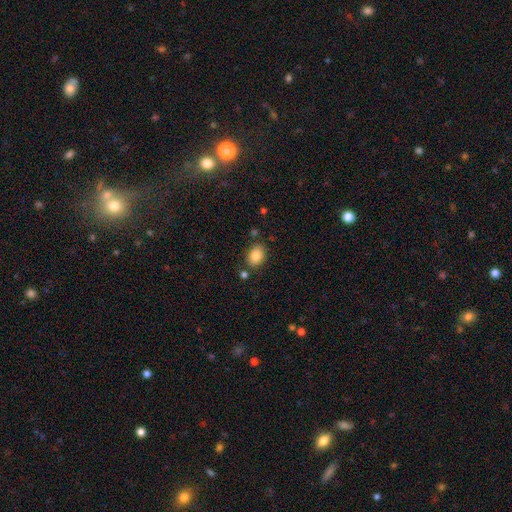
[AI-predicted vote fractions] Q: Smooth or featured?
A: smooth (85%); runner-up: star or artifact (9%)
Q: How rounded?
A: in between (74%); runner-up: round (25%)
Q: Merging?
A: none (80%); runner-up: minor disturbance (12%)